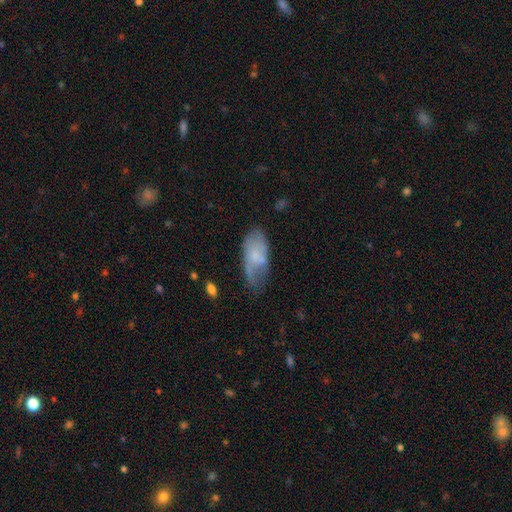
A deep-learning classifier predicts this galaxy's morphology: Smooth or featured? Predicted: smooth (p=0.56). How rounded? Predicted: in between (p=0.89). Merging? Predicted: none (p=0.46).